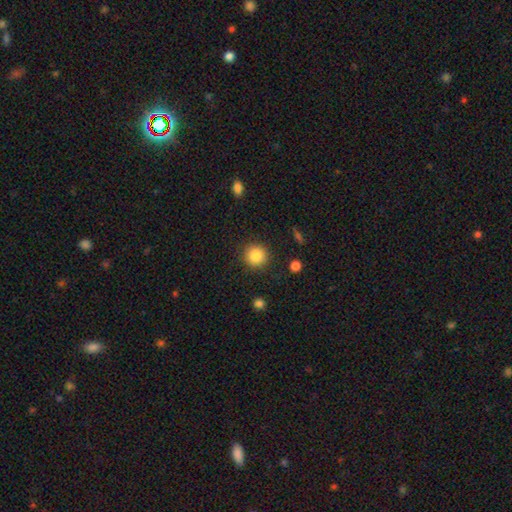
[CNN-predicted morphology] Overall: smooth (86%). How rounded: round (93%). Merging: none (90%).